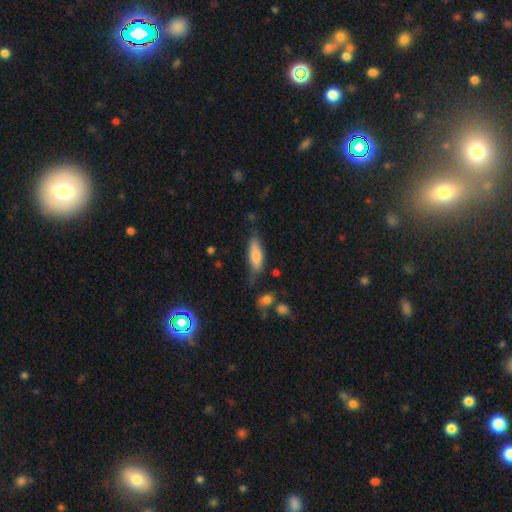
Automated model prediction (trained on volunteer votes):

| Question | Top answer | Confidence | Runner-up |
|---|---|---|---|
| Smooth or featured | smooth | 70% | featured or disk (23%) |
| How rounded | in between | 53% | cigar-shaped (45%) |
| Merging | none | 57% | minor disturbance (29%) |